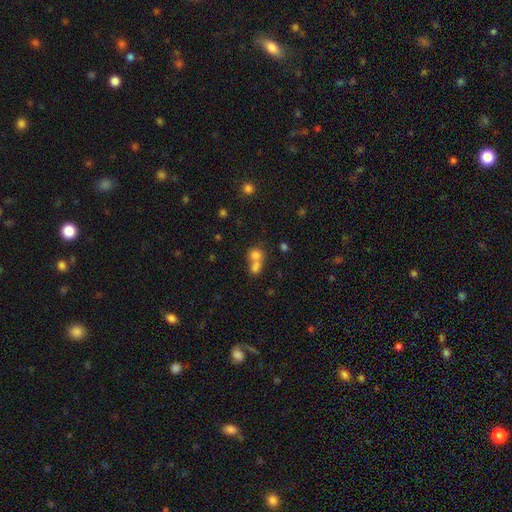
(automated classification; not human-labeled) A smooth galaxy with no disk features (75%) that is round (73%). Merging: merger (63%).